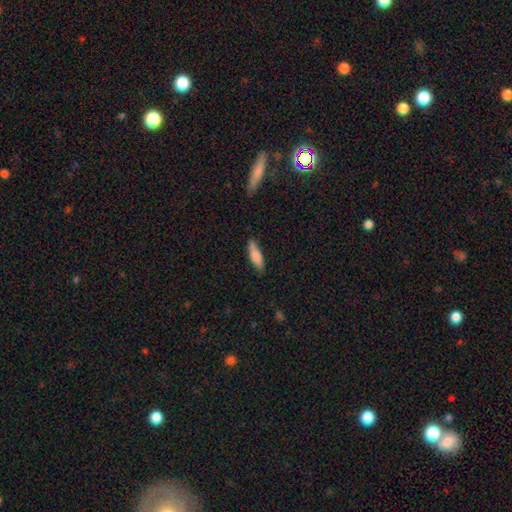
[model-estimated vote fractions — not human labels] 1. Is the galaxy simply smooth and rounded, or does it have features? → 81% smooth, 13% featured or disk, 6% star or artifact.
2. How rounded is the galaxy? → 58% cigar-shaped, 40% in between, 2% round.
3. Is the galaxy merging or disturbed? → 77% none, 18% minor disturbance, 3% major disturbance, 2% merger.